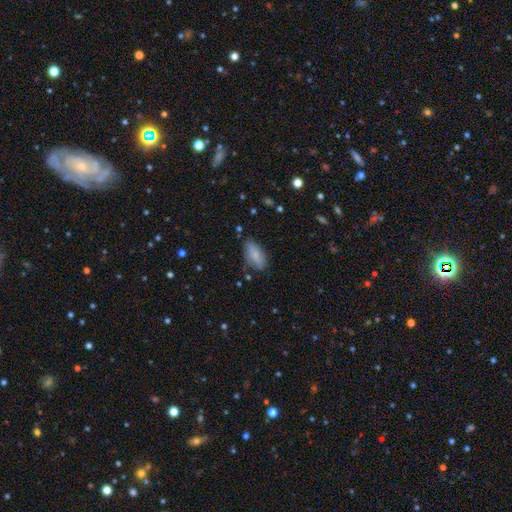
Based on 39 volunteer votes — Smooth or featured? smooth (87%)
How rounded? in between (79%)
Merging? none (68%)